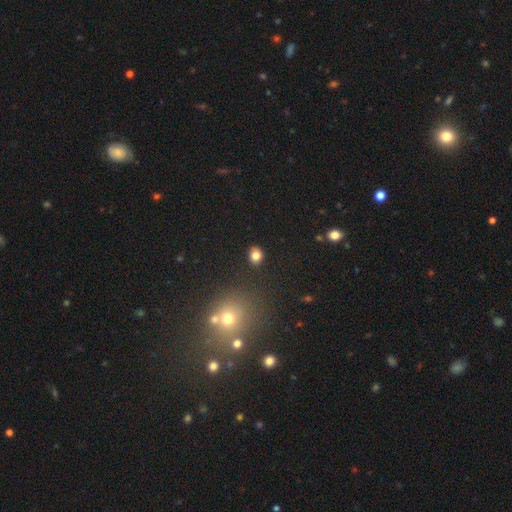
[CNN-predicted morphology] smooth-or-featured: smooth: 82% | star or artifact: 12% | featured or disk: 6%
  how-rounded: round: 61% | in between: 38% | cigar-shaped: 1%
  merging: none: 87% | minor disturbance: 8% | merger: 2% | major disturbance: 2%